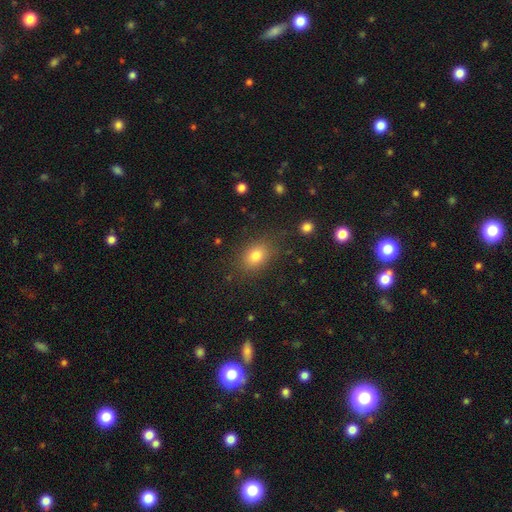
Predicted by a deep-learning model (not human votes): Smooth or featured: smooth — 80% (star or artifact — 12%)
How rounded: in between — 68% (round — 31%)
Merging: none — 83% (minor disturbance — 12%)